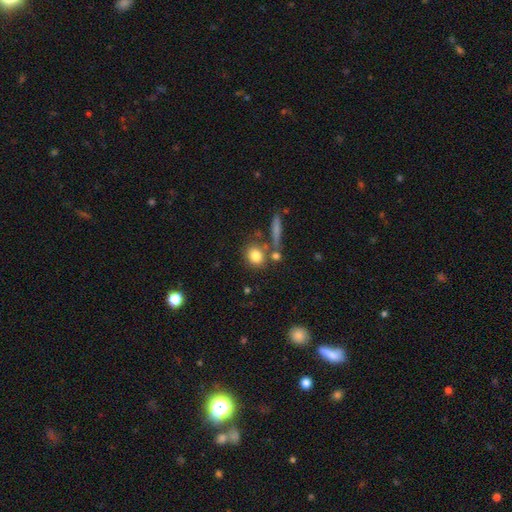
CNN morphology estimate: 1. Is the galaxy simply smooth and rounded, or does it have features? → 80% smooth, 10% star or artifact, 10% featured or disk.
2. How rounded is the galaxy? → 71% round, 25% in between, 4% cigar-shaped.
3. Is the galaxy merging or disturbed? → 69% none, 16% merger, 11% minor disturbance, 5% major disturbance.